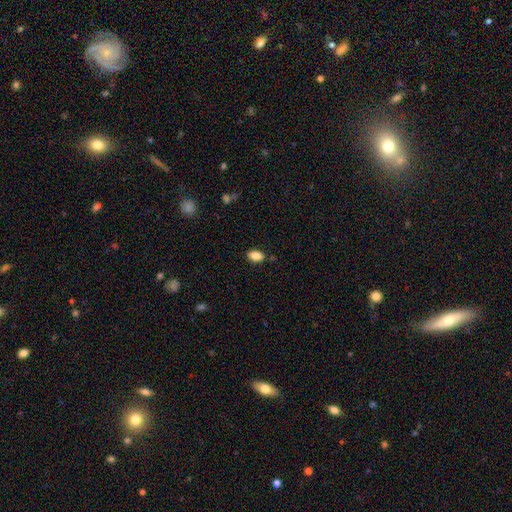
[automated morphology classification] A smooth galaxy with no disk features (85%) that is in between round and cigar-shaped (88%).

Vote fractions:
- Smooth or featured? smooth: 85% / star or artifact: 9% / featured or disk: 6%
- How rounded? in between: 88% / round: 9% / cigar-shaped: 2%
- Merging? none: 84% / minor disturbance: 11% / merger: 2% / major disturbance: 2%